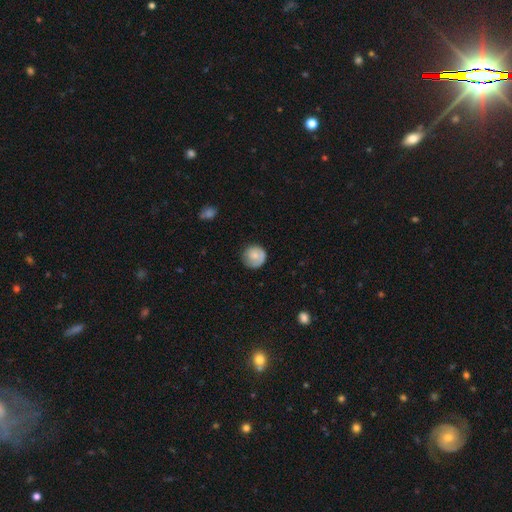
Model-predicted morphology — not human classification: Smooth or featured? Predicted: smooth (p=0.66). How rounded? Predicted: round (p=0.90). Merging? Predicted: none (p=0.73).